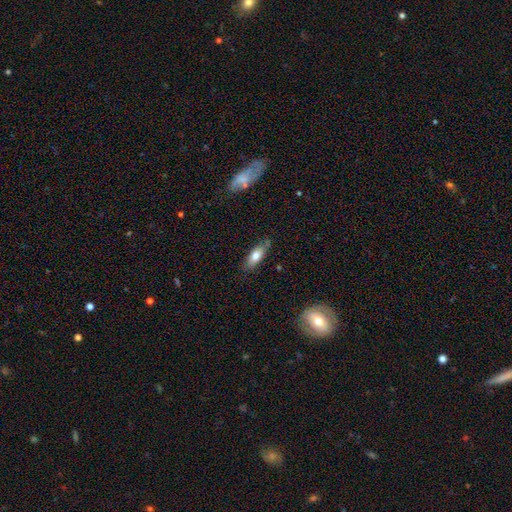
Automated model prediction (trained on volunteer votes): smooth_or_featured: smooth (p=0.75) [alt: featured or disk p=0.18]
how_rounded: in between (p=0.70) [alt: cigar-shaped p=0.28]
merging: none (p=0.75) [alt: minor disturbance p=0.18]